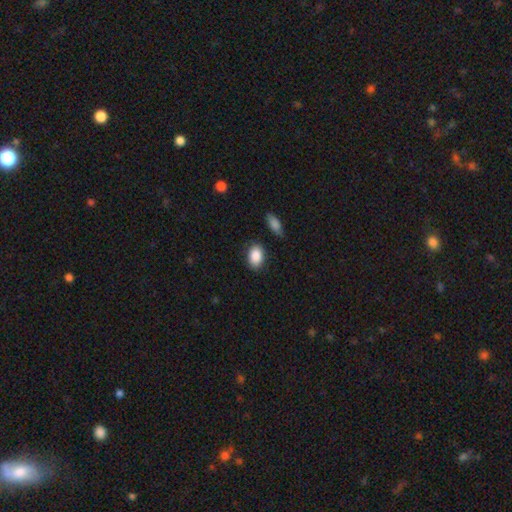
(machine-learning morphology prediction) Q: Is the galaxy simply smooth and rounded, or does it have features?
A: smooth — 88%.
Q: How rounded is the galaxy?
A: in between — 81%.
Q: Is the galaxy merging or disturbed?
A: none — 81%.